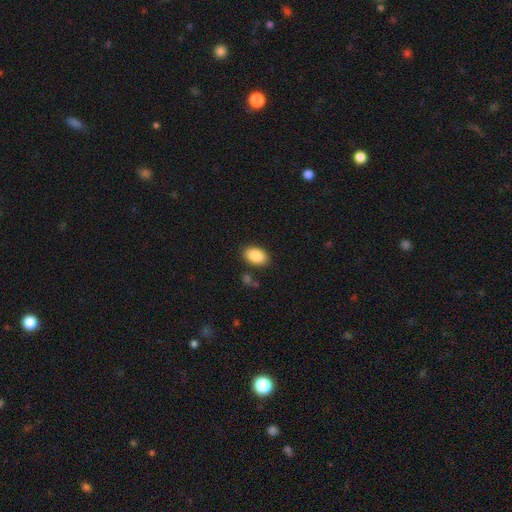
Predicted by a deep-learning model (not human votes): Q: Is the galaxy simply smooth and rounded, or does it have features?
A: smooth — 89%.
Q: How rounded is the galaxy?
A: in between — 91%.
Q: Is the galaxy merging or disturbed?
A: none — 85%.